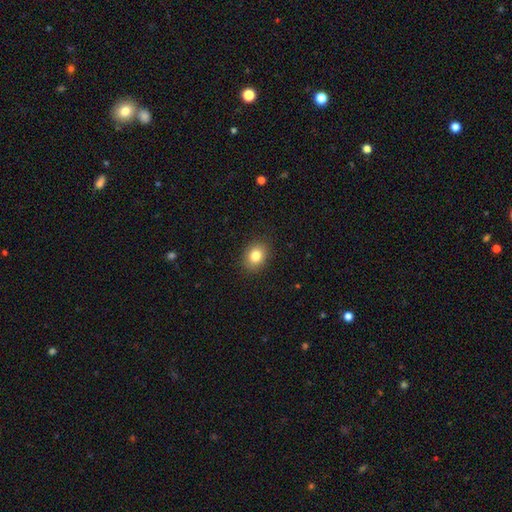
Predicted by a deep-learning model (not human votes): A smooth galaxy with no disk features (82%) that is in between round and cigar-shaped (56%). Merging: none (89%).